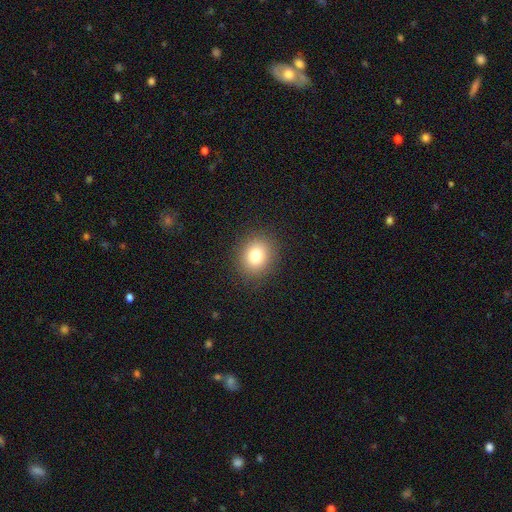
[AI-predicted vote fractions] Smooth or featured?
  - smooth: 80% *
  - star or artifact: 12%
  - featured or disk: 8%
How rounded?
  - round: 68% *
  - in between: 32%
  - cigar-shaped: 1%
Merging?
  - none: 89% *
  - minor disturbance: 7%
  - major disturbance: 3%
  - merger: 1%